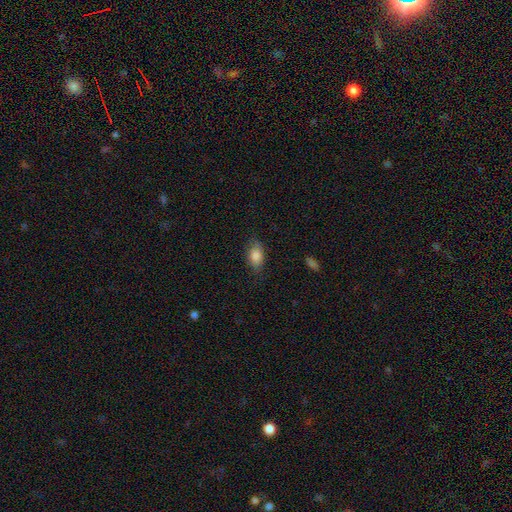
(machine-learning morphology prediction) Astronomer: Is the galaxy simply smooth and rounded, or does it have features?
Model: smooth — 84%.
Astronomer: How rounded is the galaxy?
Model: in between — 88%.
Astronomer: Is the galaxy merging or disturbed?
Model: none — 75%.